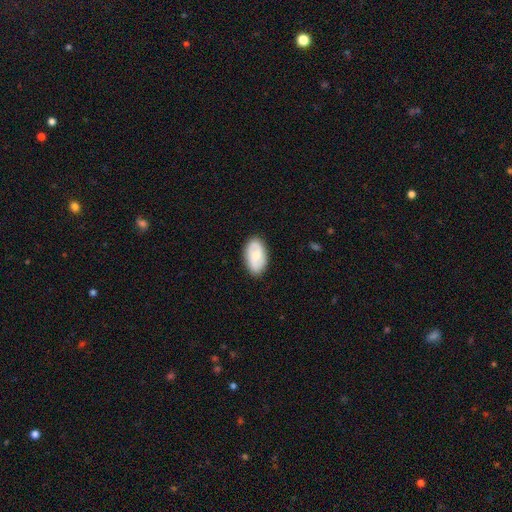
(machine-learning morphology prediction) Smooth or featured? smooth (52%)
How rounded? in between (93%)
Merging? none (84%)